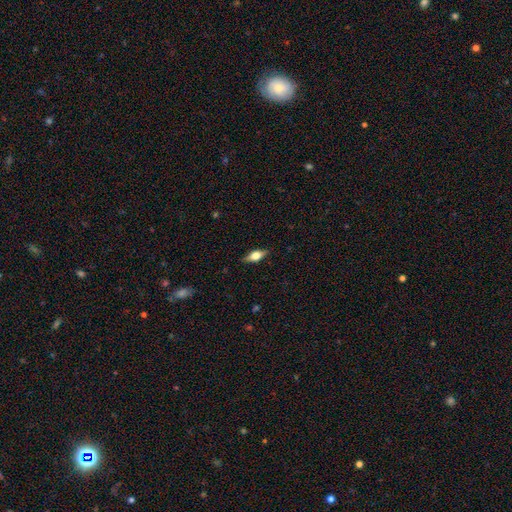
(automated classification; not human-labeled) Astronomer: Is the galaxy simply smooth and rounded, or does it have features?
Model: featured or disk — 48% (runner-up: smooth, 44%).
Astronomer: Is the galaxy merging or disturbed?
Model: none — 87%.